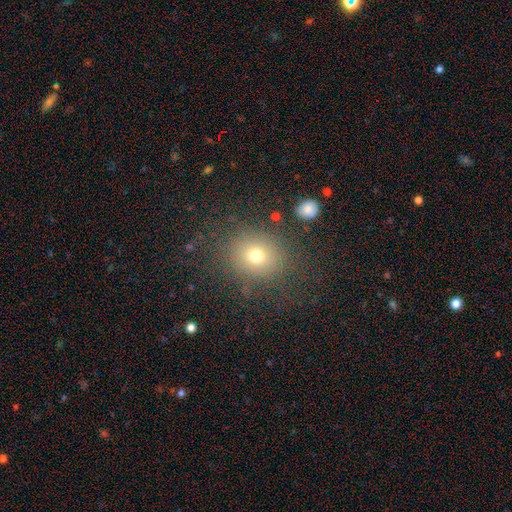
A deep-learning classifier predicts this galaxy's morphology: Smooth or featured? Predicted: smooth (p=0.72). How rounded? Predicted: round (p=0.76). Merging? Predicted: none (p=0.81).